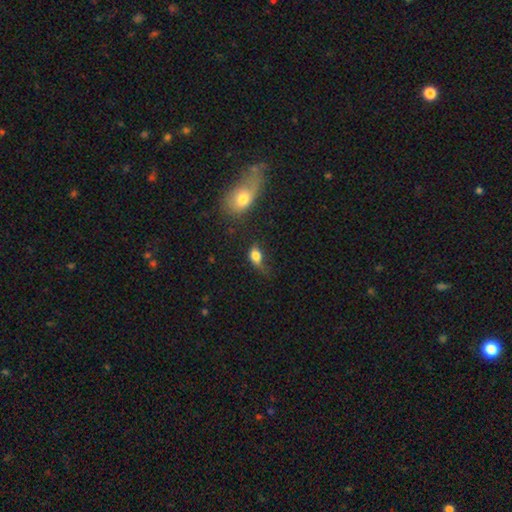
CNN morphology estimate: A smooth galaxy with no disk features (77%) that is in between round and cigar-shaped (76%). Merging: major disturbance (32%).